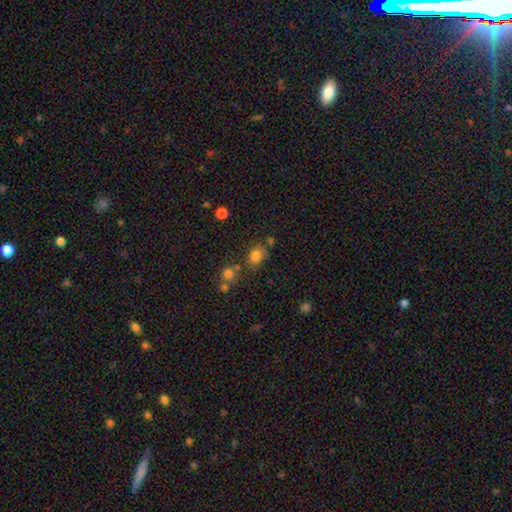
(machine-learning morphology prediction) This is likely a smooth galaxy (79%). How rounded: possibly in between (54%). Merging: likely none (62%).